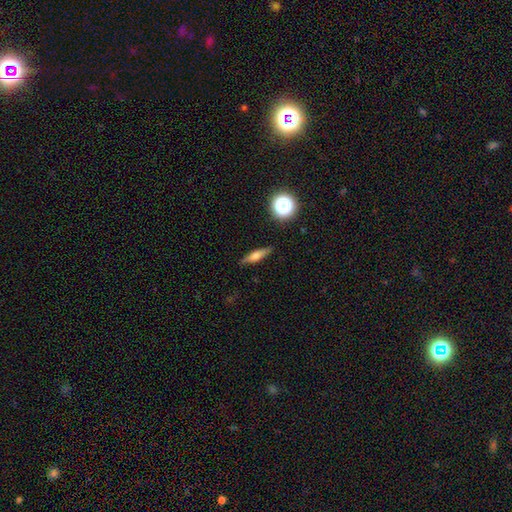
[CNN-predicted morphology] A smooth galaxy with no disk features (48%).

Vote fractions:
- Smooth or featured? smooth: 48% / featured or disk: 43% / star or artifact: 9%
- Merging? none: 86% / minor disturbance: 10% / major disturbance: 2% / merger: 1%